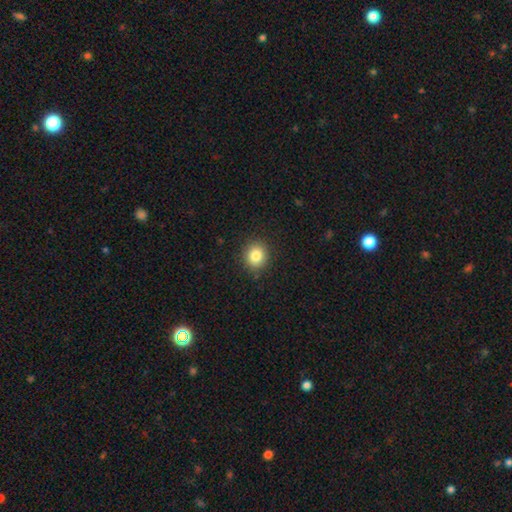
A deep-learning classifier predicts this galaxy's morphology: Smooth or featured?
  - smooth: 83% *
  - star or artifact: 10%
  - featured or disk: 6%
How rounded?
  - round: 79% *
  - in between: 20%
  - cigar-shaped: 1%
Merging?
  - none: 90% *
  - minor disturbance: 7%
  - major disturbance: 2%
  - merger: 1%